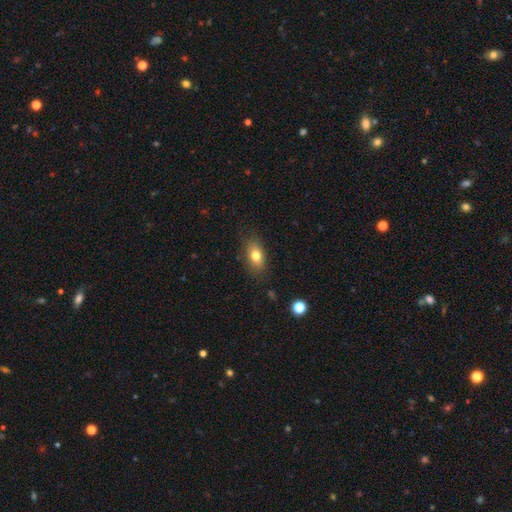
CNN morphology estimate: A smooth galaxy with no disk features (77%) that is in between round and cigar-shaped (81%). Merging: none (82%).